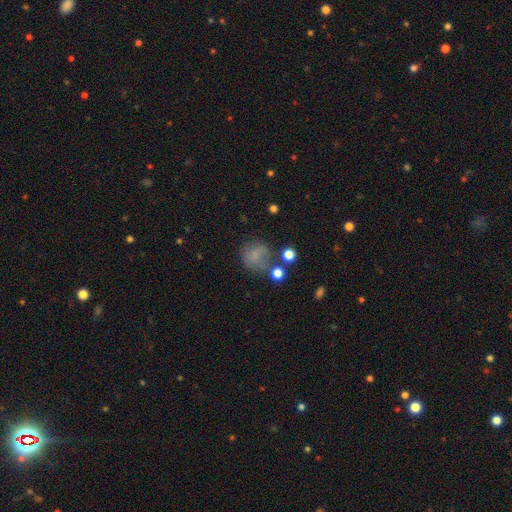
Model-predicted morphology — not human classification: Smooth or featured: smooth — 71% (star or artifact — 14%)
How rounded: round — 83% (in between — 16%)
Merging: none — 53% (minor disturbance — 21%)